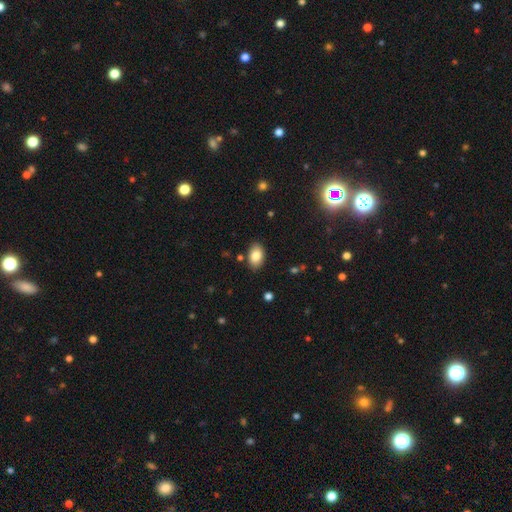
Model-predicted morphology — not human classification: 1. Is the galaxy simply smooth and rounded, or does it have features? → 84% smooth, 9% featured or disk, 8% star or artifact.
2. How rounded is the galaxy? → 90% in between, 9% round, 1% cigar-shaped.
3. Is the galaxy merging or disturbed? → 86% none, 10% minor disturbance, 2% major disturbance, 2% merger.